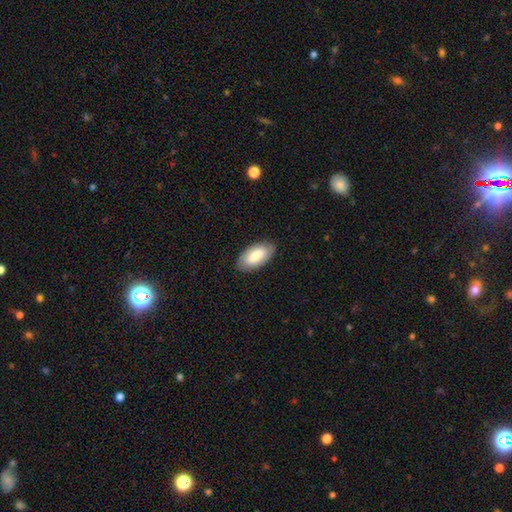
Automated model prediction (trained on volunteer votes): A smooth galaxy with no disk features (74%) that is in between round and cigar-shaped (95%). Merging: none (86%).